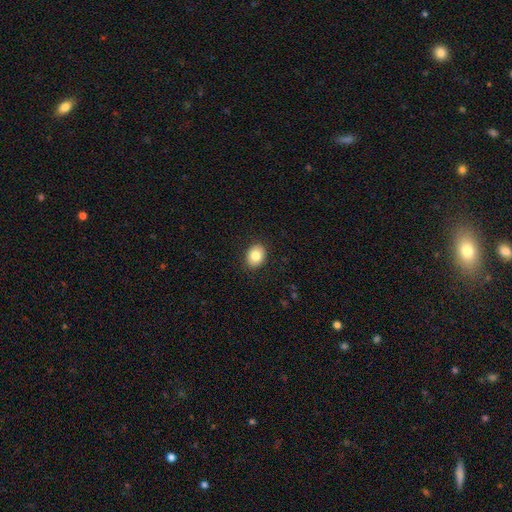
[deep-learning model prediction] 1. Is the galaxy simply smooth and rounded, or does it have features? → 83% smooth, 9% featured or disk, 8% star or artifact.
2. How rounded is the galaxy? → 54% in between, 45% round, 1% cigar-shaped.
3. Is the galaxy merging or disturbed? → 89% none, 8% minor disturbance, 2% major disturbance, 1% merger.